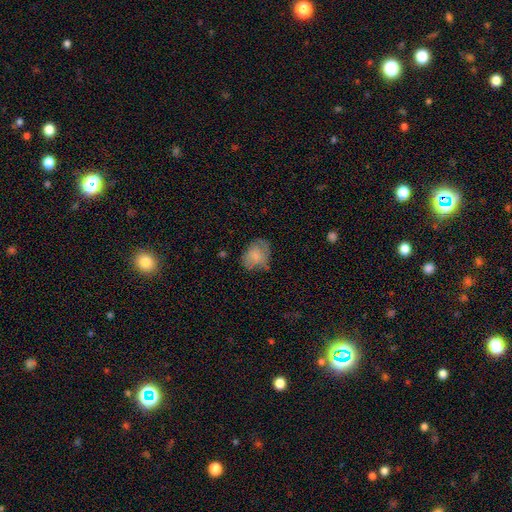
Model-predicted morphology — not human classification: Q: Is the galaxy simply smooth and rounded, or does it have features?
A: smooth — 67%.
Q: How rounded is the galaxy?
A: in between — 67%.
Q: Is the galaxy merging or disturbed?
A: none — 47%.